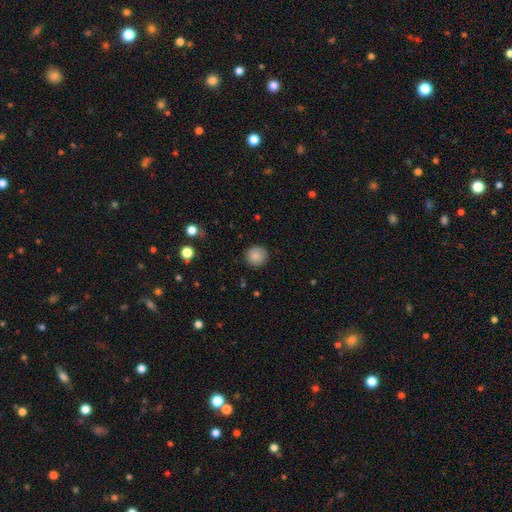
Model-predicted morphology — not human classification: Smooth or featured?
  - smooth: 87% *
  - star or artifact: 9%
  - featured or disk: 4%
How rounded?
  - round: 94% *
  - in between: 5%
  - cigar-shaped: 1%
Merging?
  - none: 88% *
  - minor disturbance: 8%
  - major disturbance: 2%
  - merger: 1%